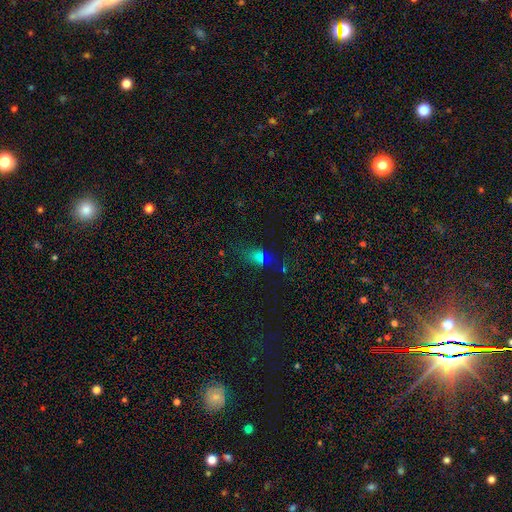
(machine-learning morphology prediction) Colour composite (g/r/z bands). It shows a smooth galaxy with no disk features (49%). Merging: none (69%).